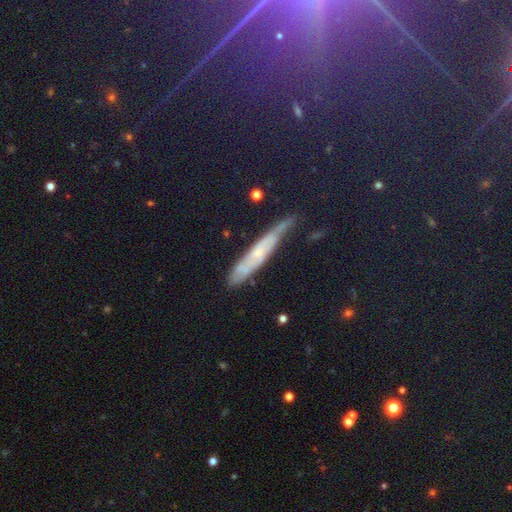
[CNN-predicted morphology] Smooth or featured? featured or disk (43%)
Merging? none (74%)